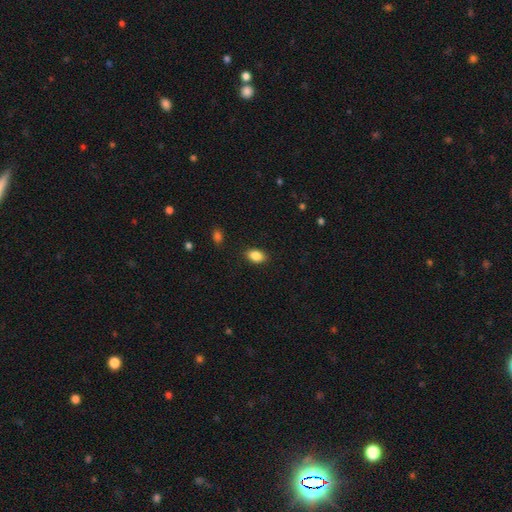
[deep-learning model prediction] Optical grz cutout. It shows a smooth galaxy with no disk features (87%) that is in between round and cigar-shaped (87%). Merging: none (87%).